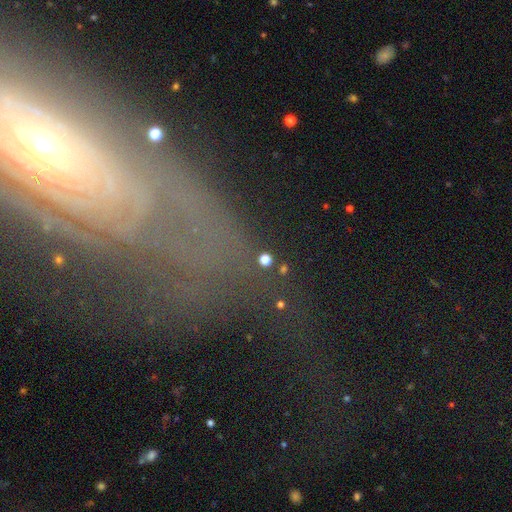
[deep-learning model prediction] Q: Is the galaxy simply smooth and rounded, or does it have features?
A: featured or disk — 60%.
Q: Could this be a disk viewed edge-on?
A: no — 86%.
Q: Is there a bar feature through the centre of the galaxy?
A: no — 56%.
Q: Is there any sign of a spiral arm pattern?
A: yes — 74%.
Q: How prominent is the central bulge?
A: small — 49%.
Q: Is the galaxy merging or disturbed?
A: none — 59%.